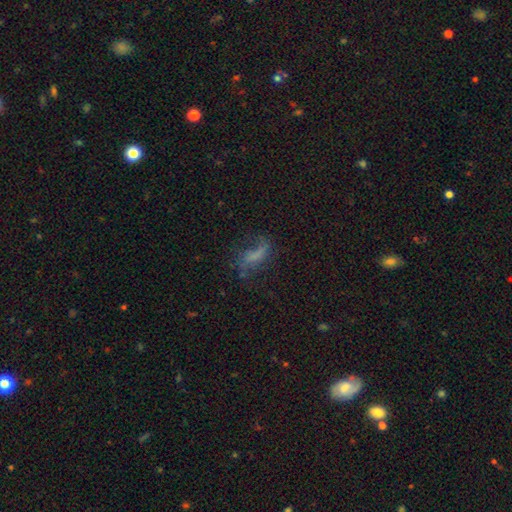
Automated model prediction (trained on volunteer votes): Smooth or featured: featured or disk — 50% (smooth — 36%)
Merging: none — 50% (major disturbance — 24%)